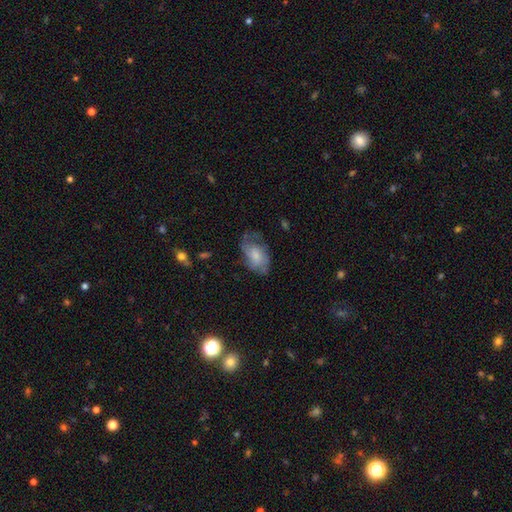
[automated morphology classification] Smooth or featured?
  - smooth: 51% *
  - featured or disk: 41%
  - star or artifact: 7%
How rounded?
  - in between: 88% *
  - round: 10%
  - cigar-shaped: 2%
Merging?
  - none: 45% *
  - minor disturbance: 30%
  - major disturbance: 24%
  - merger: 2%